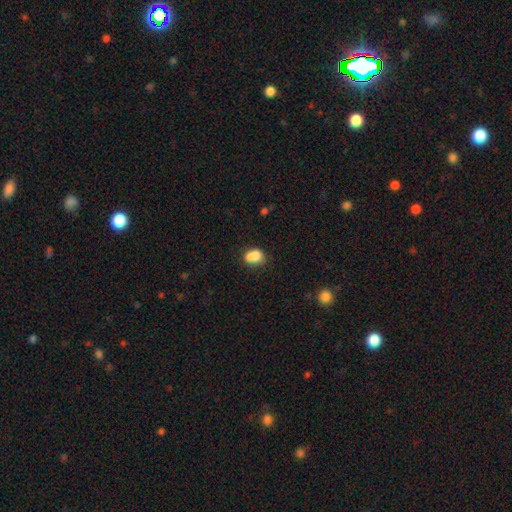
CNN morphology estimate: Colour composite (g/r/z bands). It shows a smooth galaxy with no disk features (77%) that is in between round and cigar-shaped (55%). Merging: merger (39%).